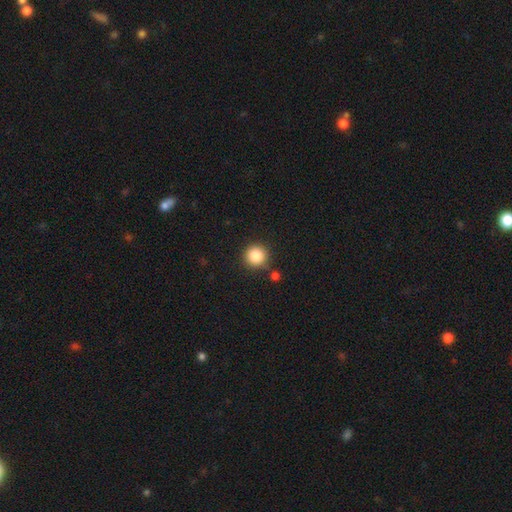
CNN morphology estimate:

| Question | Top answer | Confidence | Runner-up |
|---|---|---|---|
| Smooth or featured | smooth | 86% | star or artifact (10%) |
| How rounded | round | 95% | in between (4%) |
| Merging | none | 84% | minor disturbance (8%) |